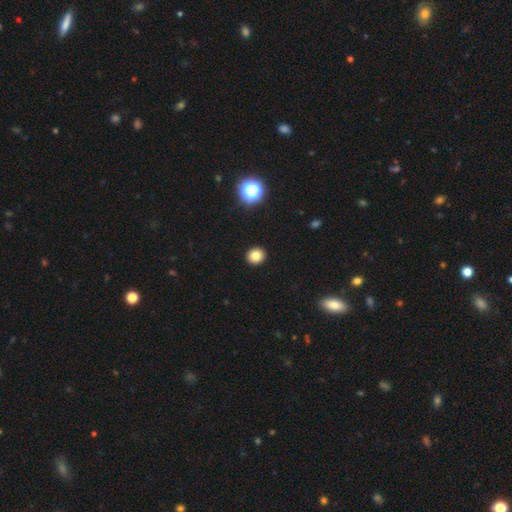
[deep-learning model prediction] smooth-or-featured: smooth: 81% | star or artifact: 12% | featured or disk: 6%
  how-rounded: round: 86% | in between: 13% | cigar-shaped: 1%
  merging: none: 93% | minor disturbance: 4% | major disturbance: 2% | merger: 1%